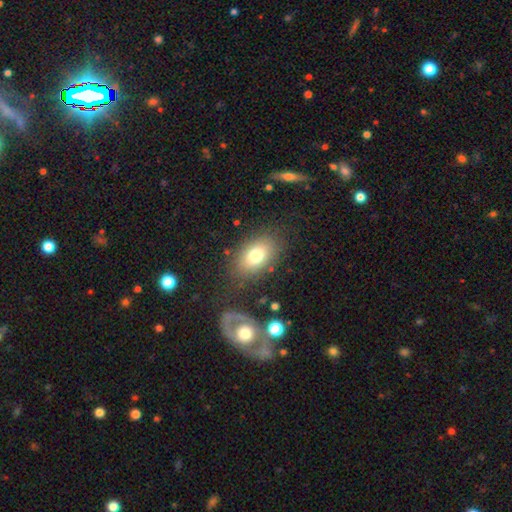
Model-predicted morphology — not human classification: A smooth galaxy with no disk features (75%) that is in between round and cigar-shaped (83%). Merging: none (80%).